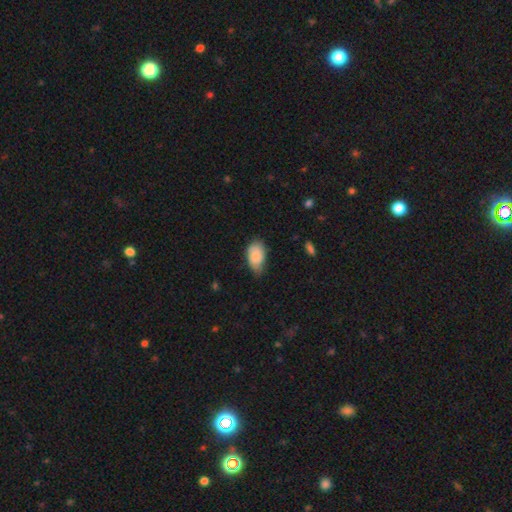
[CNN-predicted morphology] smooth 85%, featured or disk 9%, star or artifact 6%. Down the decision tree: how rounded — in between (93%); merging — none (54%).